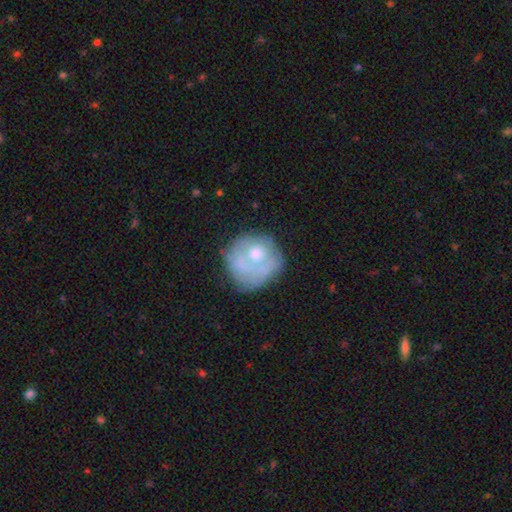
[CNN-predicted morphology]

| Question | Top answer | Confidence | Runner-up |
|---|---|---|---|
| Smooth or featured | smooth | 48% | featured or disk (45%) |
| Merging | none | 54% | minor disturbance (25%) |